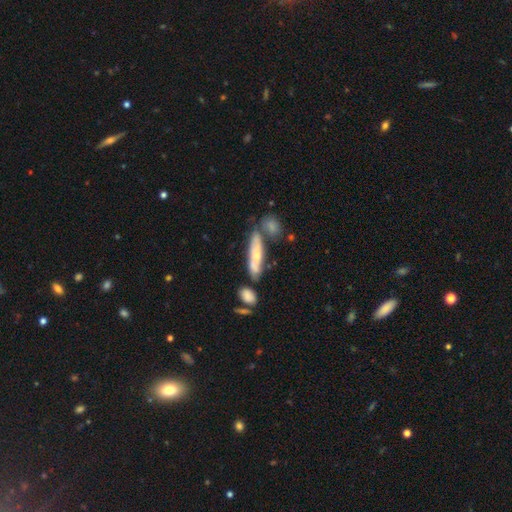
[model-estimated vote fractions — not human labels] Morphology: type=smooth (49%); merging=none (56%).